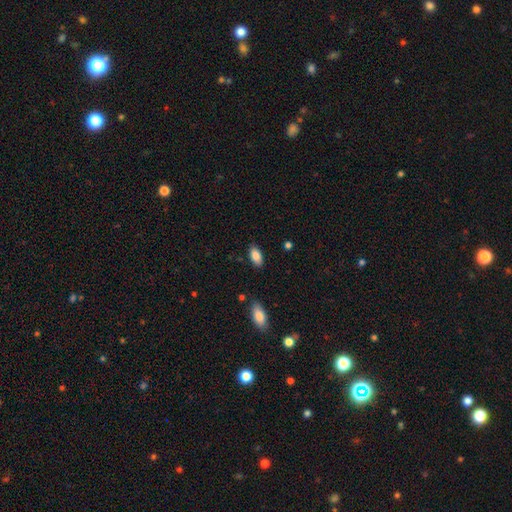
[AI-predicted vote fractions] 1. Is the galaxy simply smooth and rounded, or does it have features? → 86% smooth, 7% featured or disk, 7% star or artifact.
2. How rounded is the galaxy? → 91% in between, 6% cigar-shaped, 2% round.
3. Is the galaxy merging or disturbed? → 86% none, 11% minor disturbance, 2% major disturbance, 2% merger.